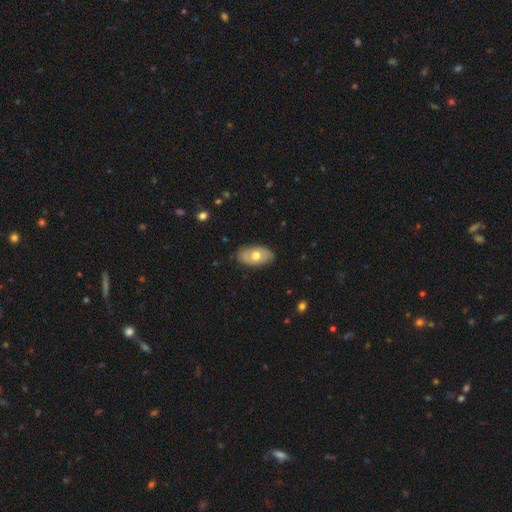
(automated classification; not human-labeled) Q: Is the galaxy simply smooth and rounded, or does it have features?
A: smooth — 59%.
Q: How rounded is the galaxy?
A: in between — 92%.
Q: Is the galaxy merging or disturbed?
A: none — 82%.